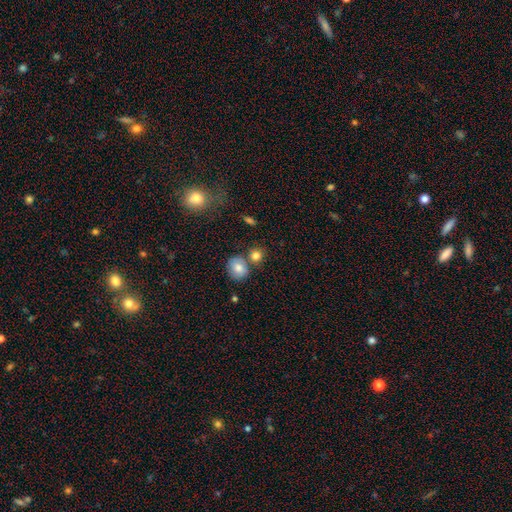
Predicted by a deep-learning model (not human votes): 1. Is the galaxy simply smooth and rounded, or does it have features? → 81% smooth, 10% star or artifact, 9% featured or disk.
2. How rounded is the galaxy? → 78% round, 20% in between, 1% cigar-shaped.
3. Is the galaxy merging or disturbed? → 64% none, 23% merger, 10% minor disturbance, 3% major disturbance.